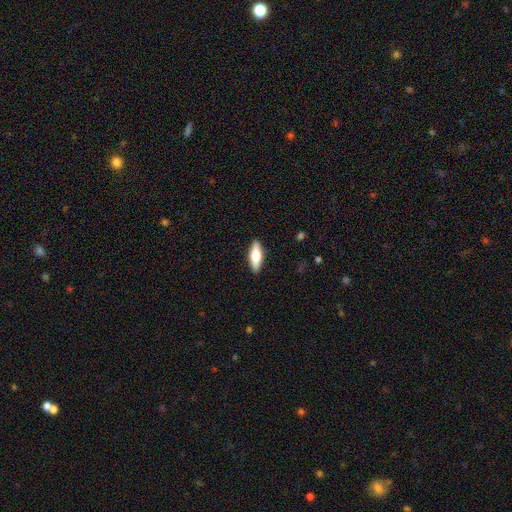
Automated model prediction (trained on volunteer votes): Smooth or featured? smooth (58%)
How rounded? in between (55%)
Merging? none (89%)